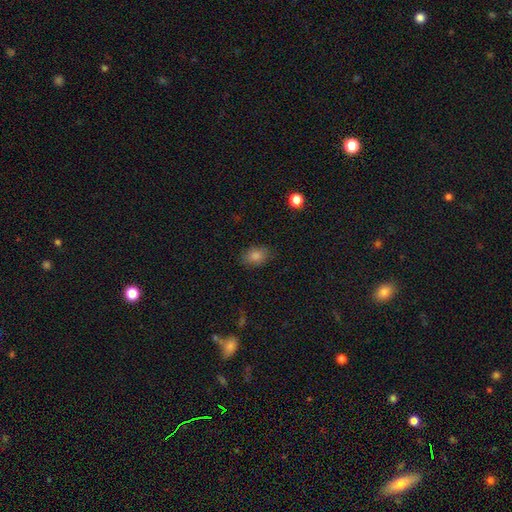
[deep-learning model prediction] Smooth or featured? smooth (80%)
How rounded? in between (76%)
Merging? none (85%)